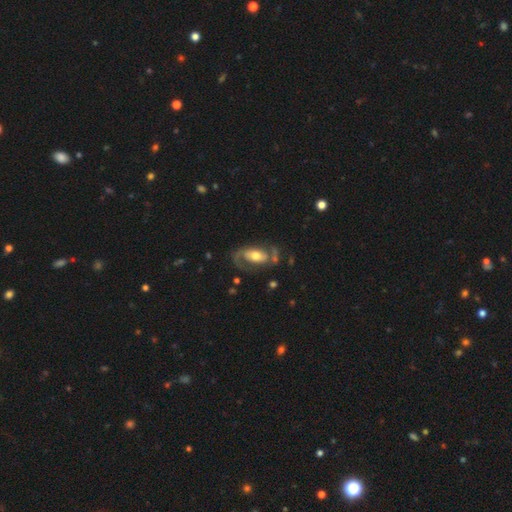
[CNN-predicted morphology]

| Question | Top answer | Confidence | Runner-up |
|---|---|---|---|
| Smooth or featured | featured or disk | 77% | smooth (18%) |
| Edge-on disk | no | 95% | yes (5%) |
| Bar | no | 48% | weak (32%) |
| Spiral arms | yes | 88% | no (12%) |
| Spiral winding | medium | 46% | loose (35%) |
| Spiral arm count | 2 | 80% | 1 (13%) |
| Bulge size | moderate | 65% | large (18%) |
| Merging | none | 61% | minor disturbance (18%) |